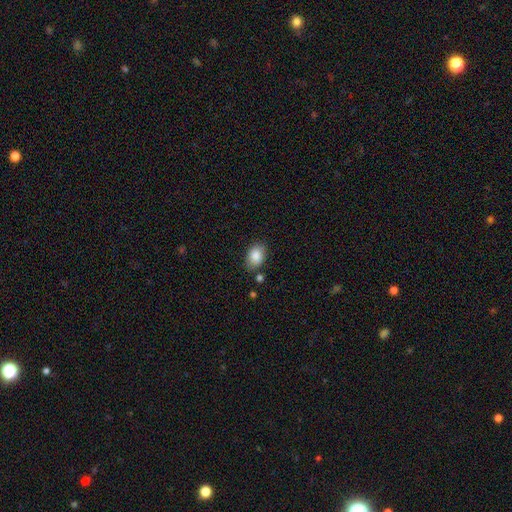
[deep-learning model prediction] Morphology: type=smooth (87%); roundness=in between (81%); merging=none (79%).